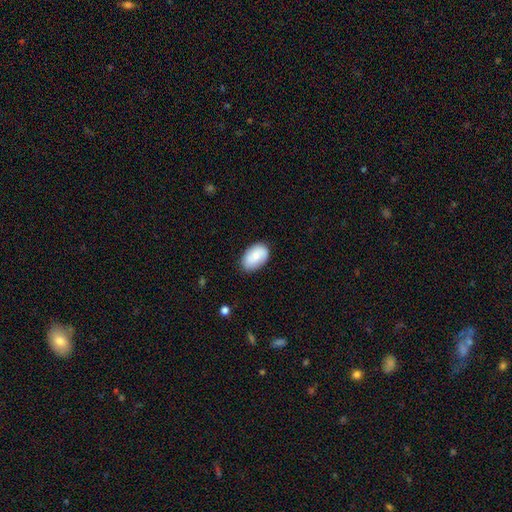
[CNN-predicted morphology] Overall: smooth (79%). How rounded: in between (91%). Merging: none (78%).